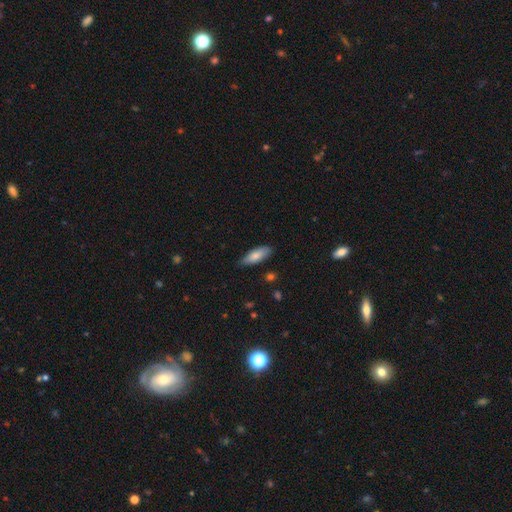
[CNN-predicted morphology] smooth-or-featured: smooth: 80% | featured or disk: 14% | star or artifact: 6%
  how-rounded: in between: 67% | cigar-shaped: 32% | round: 2%
  merging: none: 78% | minor disturbance: 18% | major disturbance: 3% | merger: 1%